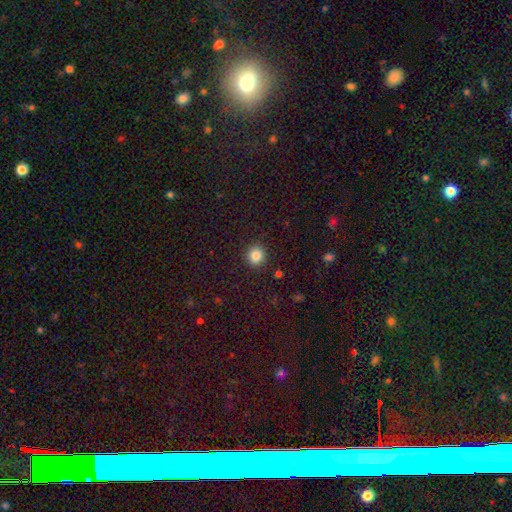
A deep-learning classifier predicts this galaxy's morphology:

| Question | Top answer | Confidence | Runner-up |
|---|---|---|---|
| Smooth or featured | smooth | 84% | star or artifact (11%) |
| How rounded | round | 88% | in between (11%) |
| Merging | none | 90% | minor disturbance (7%) |